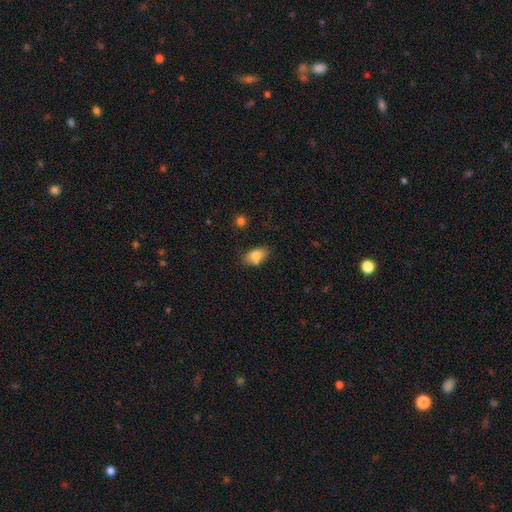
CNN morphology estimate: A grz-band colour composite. It shows a smooth galaxy with no disk features (78%) that is in between round and cigar-shaped (86%). Merging: none (63%).